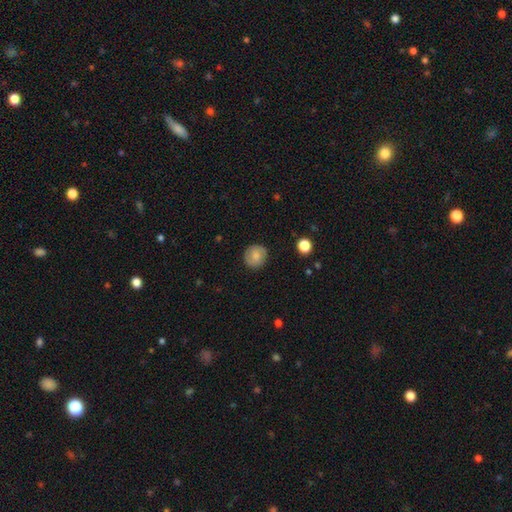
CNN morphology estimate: Smooth or featured: smooth — 72% (featured or disk — 20%)
How rounded: round — 88% (in between — 11%)
Merging: none — 87% (minor disturbance — 10%)